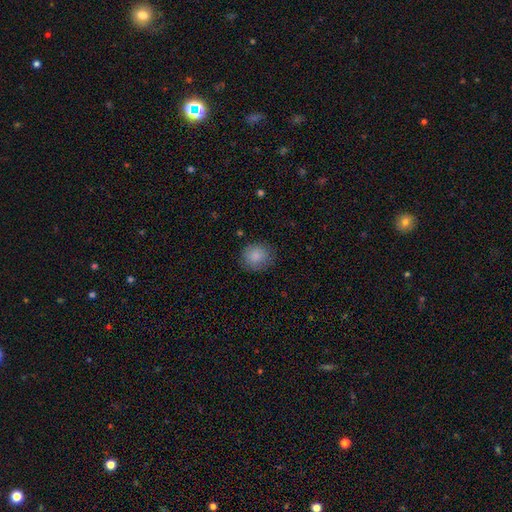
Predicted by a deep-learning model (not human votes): A smooth galaxy with no disk features (86%) that is round (83%).

Vote fractions:
- Smooth or featured? smooth: 86% / star or artifact: 8% / featured or disk: 6%
- How rounded? round: 83% / in between: 16% / cigar-shaped: 1%
- Merging? none: 84% / minor disturbance: 12% / major disturbance: 3% / merger: 1%